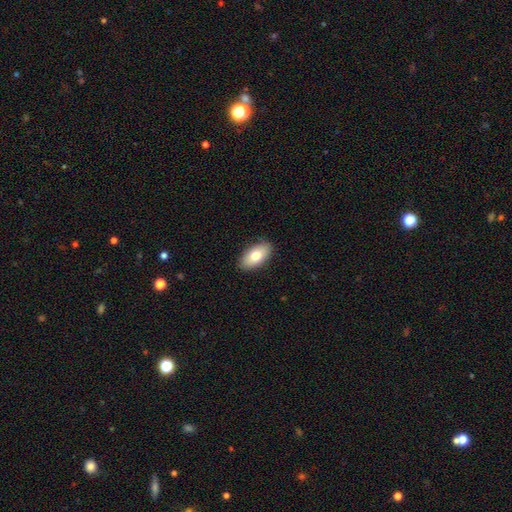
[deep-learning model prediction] Smooth or featured: smooth — 76% (featured or disk — 18%)
How rounded: in between — 93% (round — 4%)
Merging: none — 88% (minor disturbance — 9%)